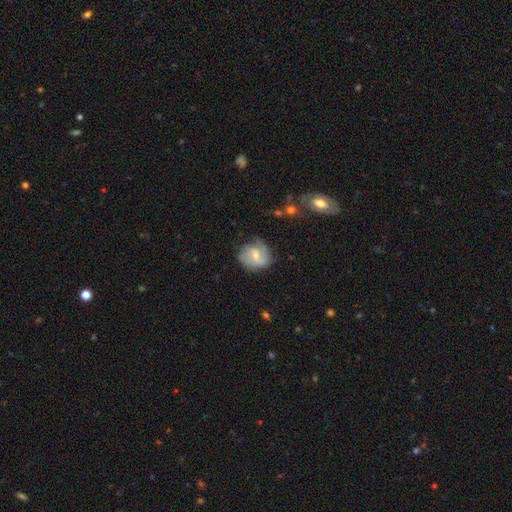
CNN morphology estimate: smooth_or_featured: featured or disk (p=0.56) [alt: smooth p=0.37]
disk_edge_on: no (p=0.97) [alt: yes p=0.03]
bar: weak (p=0.55) [alt: no p=0.30]
has_spiral_arms: yes (p=0.80) [alt: no p=0.20]
bulge_size: moderate (p=0.50) [alt: small p=0.43]
merging: none (p=0.62) [alt: minor disturbance p=0.26]